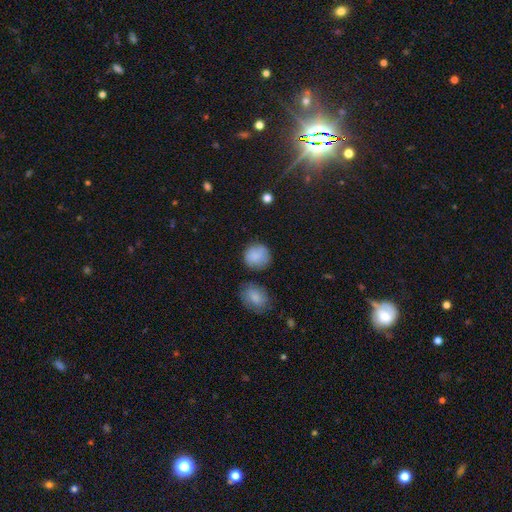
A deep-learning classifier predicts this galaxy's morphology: Smooth or featured?
  - smooth: 85% *
  - star or artifact: 8%
  - featured or disk: 8%
How rounded?
  - round: 85% *
  - in between: 14%
  - cigar-shaped: 1%
Merging?
  - none: 69% *
  - minor disturbance: 20%
  - merger: 6%
  - major disturbance: 6%